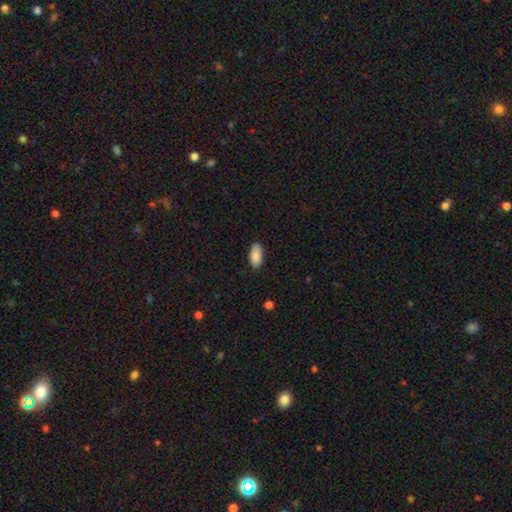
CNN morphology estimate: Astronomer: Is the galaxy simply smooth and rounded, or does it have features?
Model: smooth — 86%.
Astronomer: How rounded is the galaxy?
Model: in between — 92%.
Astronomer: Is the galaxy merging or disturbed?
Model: none — 86%.